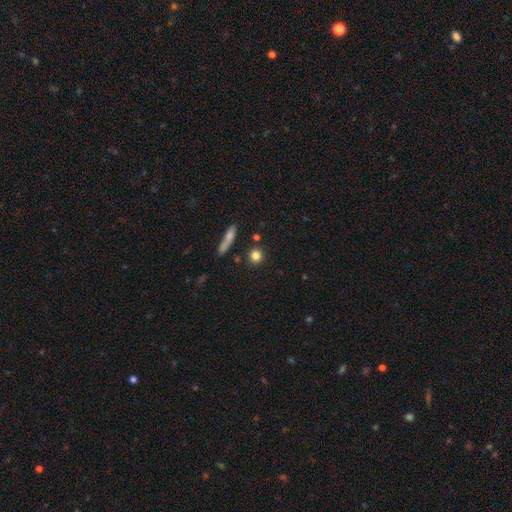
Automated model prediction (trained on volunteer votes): Morphology: type=smooth (81%); roundness=round (88%); merging=none (85%).